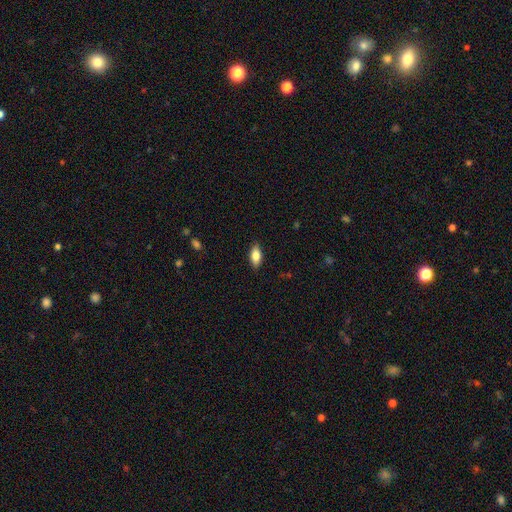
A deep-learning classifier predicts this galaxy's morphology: Smooth or featured? Predicted: smooth (p=0.78). How rounded? Predicted: in between (p=0.85). Merging? Predicted: none (p=0.87).